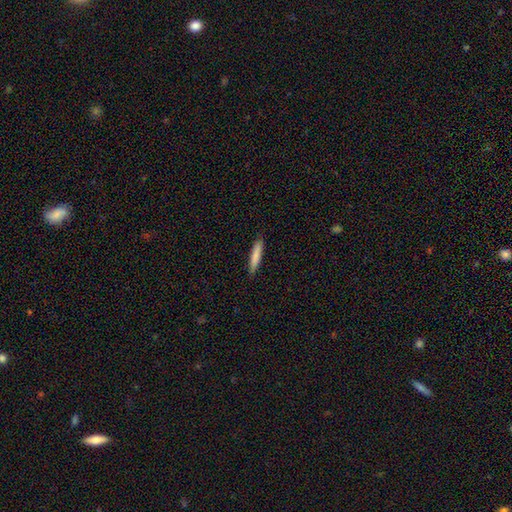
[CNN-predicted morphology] This appears to be a smooth galaxy with no disk features (82%) that is cigar-shaped (89%). Merging: none (88%).